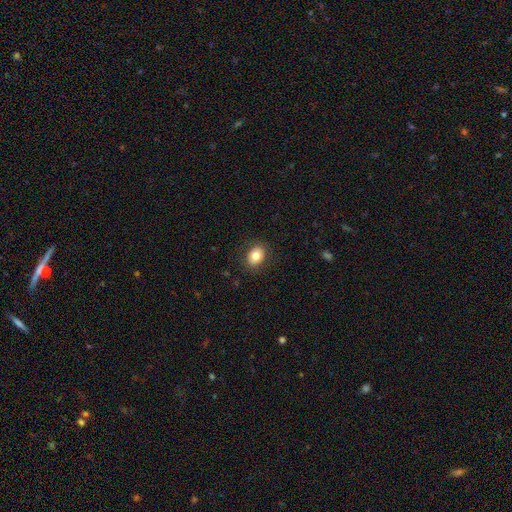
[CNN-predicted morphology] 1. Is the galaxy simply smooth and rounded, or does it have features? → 81% smooth, 10% featured or disk, 9% star or artifact.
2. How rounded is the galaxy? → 62% in between, 37% round, 1% cigar-shaped.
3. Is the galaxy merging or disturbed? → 87% none, 9% minor disturbance, 3% major disturbance, 1% merger.